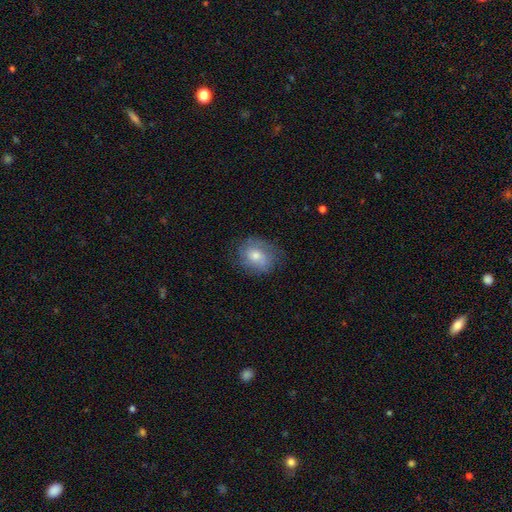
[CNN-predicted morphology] Smooth or featured?
  - smooth: 48% *
  - featured or disk: 42%
  - star or artifact: 10%
Merging?
  - none: 72% *
  - minor disturbance: 20%
  - major disturbance: 7%
  - merger: 1%